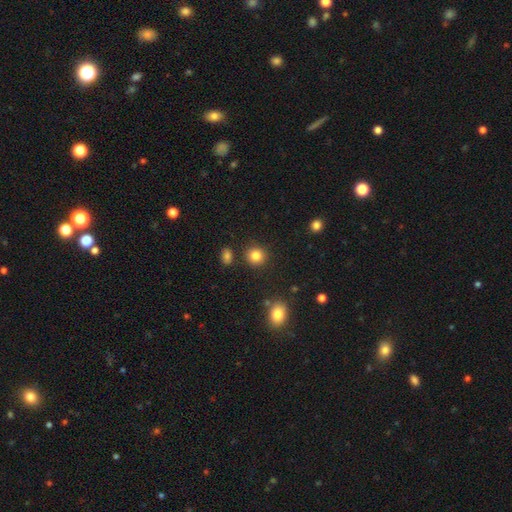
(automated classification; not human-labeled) This appears to be a smooth galaxy with no disk features (85%) that is round (88%). Merging: none (87%).